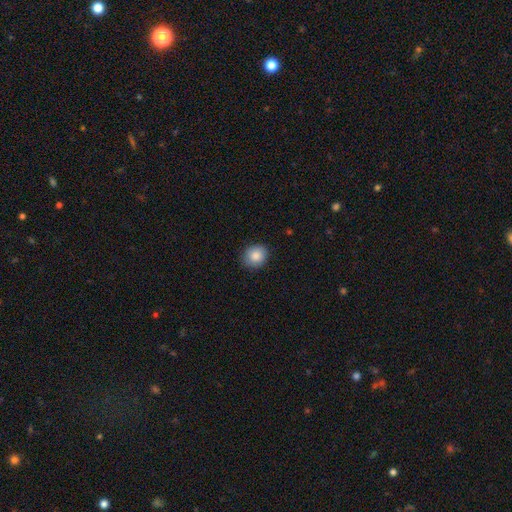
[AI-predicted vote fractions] Smooth or featured?
  - smooth: 86% *
  - star or artifact: 9%
  - featured or disk: 5%
How rounded?
  - round: 71% *
  - in between: 28%
  - cigar-shaped: 1%
Merging?
  - none: 88% *
  - minor disturbance: 9%
  - major disturbance: 2%
  - merger: 1%